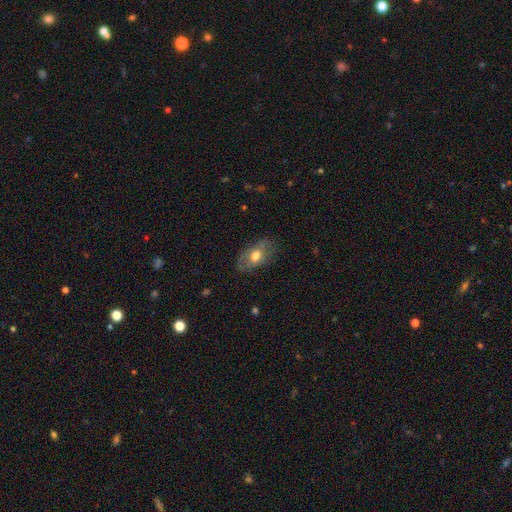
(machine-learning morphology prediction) Smooth or featured: smooth — 54% (featured or disk — 38%)
How rounded: in between — 89% (round — 7%)
Merging: none — 70% (minor disturbance — 21%)